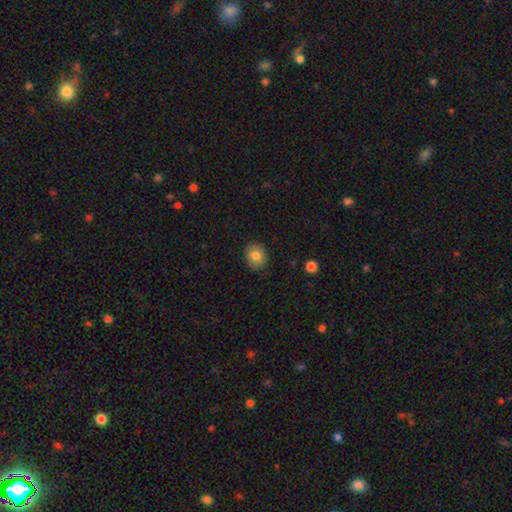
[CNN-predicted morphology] The model was most divided on "how rounded": round: 61%, in between: 38%, cigar-shaped: 1%. More confident: merging — none (88%); smooth or featured — smooth (82%).